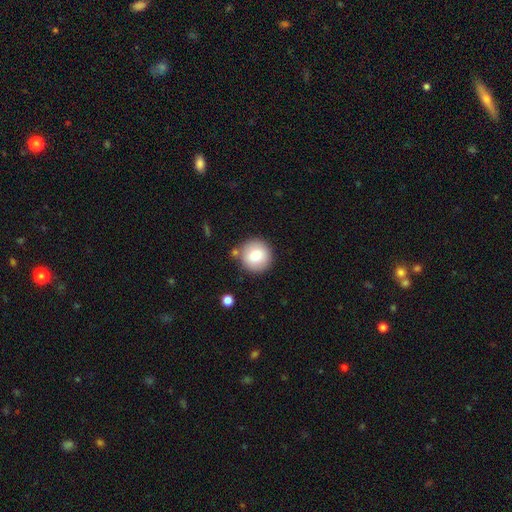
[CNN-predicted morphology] The model was most divided on "smooth or featured": smooth: 81%, featured or disk: 11%, star or artifact: 8%. More confident: how rounded — round (94%); merging — none (82%).